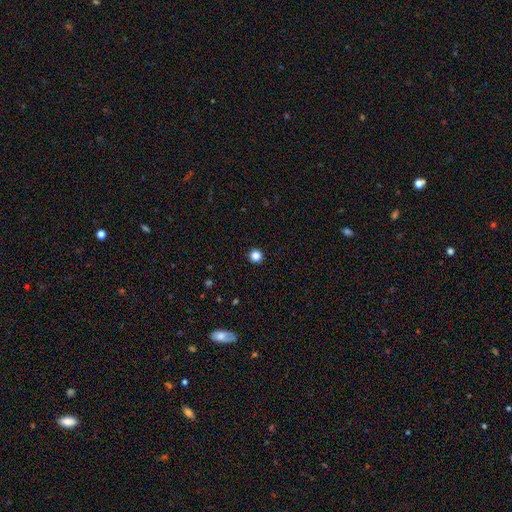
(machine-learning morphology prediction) Overall: smooth (84%). How rounded: round (95%). Merging: none (94%).